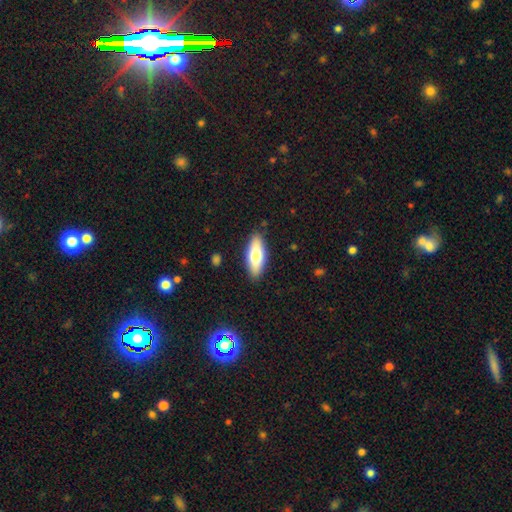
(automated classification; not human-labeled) smooth-or-featured: smooth: 68% | featured or disk: 26% | star or artifact: 6%
  how-rounded: in between: 70% | cigar-shaped: 27% | round: 2%
  merging: none: 87% | minor disturbance: 9% | major disturbance: 2% | merger: 1%